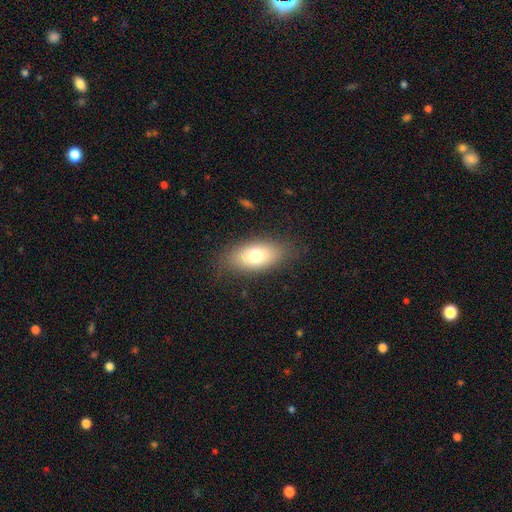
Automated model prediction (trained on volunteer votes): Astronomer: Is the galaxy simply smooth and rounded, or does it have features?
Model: smooth — 74%.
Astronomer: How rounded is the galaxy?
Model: in between — 87%.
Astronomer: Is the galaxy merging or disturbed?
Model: none — 83%.